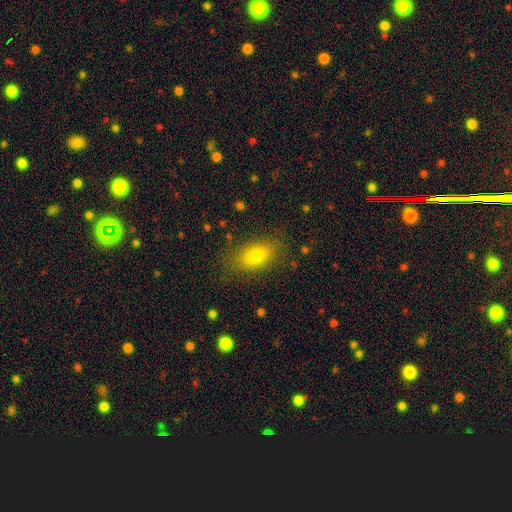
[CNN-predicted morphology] Smooth or featured? Predicted: smooth (p=0.80). How rounded? Predicted: in between (p=0.87). Merging? Predicted: none (p=0.82).